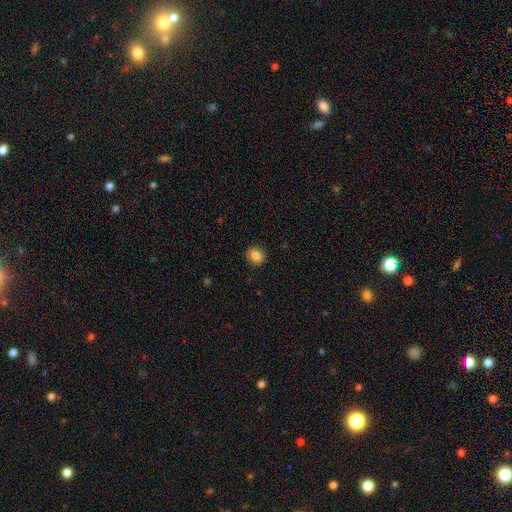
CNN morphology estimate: smooth 84%, star or artifact 10%, featured or disk 7%. Down the decision tree: how rounded — round (73%); merging — none (89%).